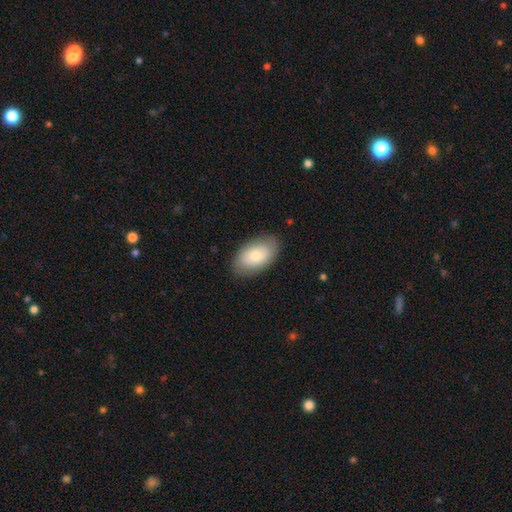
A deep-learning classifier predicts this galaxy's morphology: Smooth or featured? smooth (76%)
How rounded? in between (93%)
Merging? none (84%)